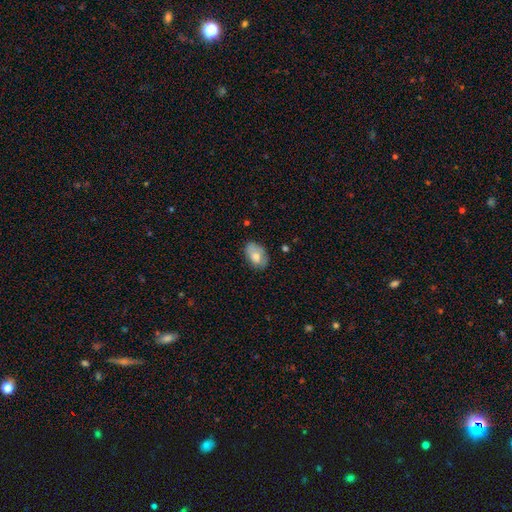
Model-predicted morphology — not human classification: Q: Smooth or featured?
A: smooth (71%); runner-up: featured or disk (22%)
Q: How rounded?
A: in between (88%); runner-up: round (11%)
Q: Merging?
A: none (65%); runner-up: minor disturbance (27%)